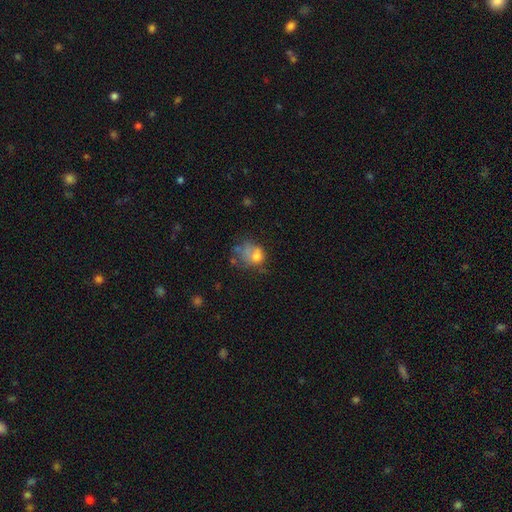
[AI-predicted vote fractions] Smooth or featured?
  - smooth: 60% *
  - featured or disk: 27%
  - star or artifact: 13%
How rounded?
  - in between: 51% *
  - round: 48%
  - cigar-shaped: 1%
Merging?
  - major disturbance: 34% *
  - none: 28%
  - minor disturbance: 24%
  - merger: 14%